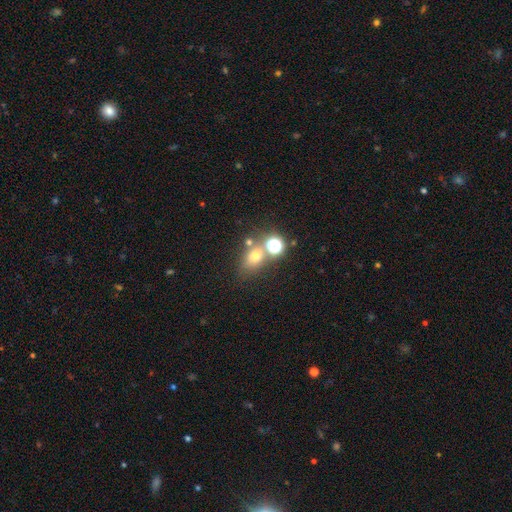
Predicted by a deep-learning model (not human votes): A smooth galaxy with no disk features (63%) that is round (50%). Merging: none (56%).